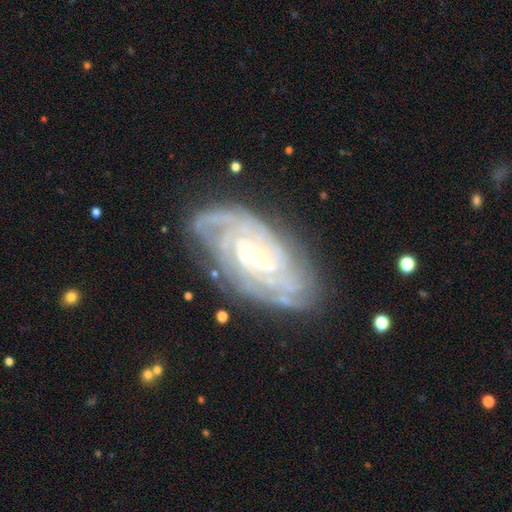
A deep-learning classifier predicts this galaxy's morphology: type=featured or disk (89%); edge-on=no (95%); bar=no (61%); spiral arms=yes (98%); winding=tight (79%); arm count=can't tell (26%); bulge=small (75%); merging=none (78%).